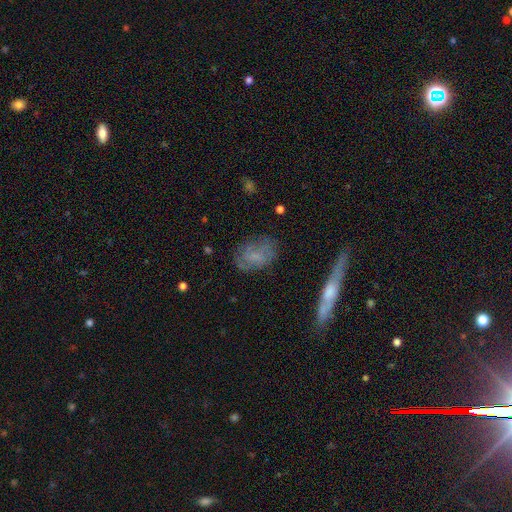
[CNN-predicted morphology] Overall: smooth (51%; featured or disk 40%). How rounded: in between (78%). Merging: none (69%).